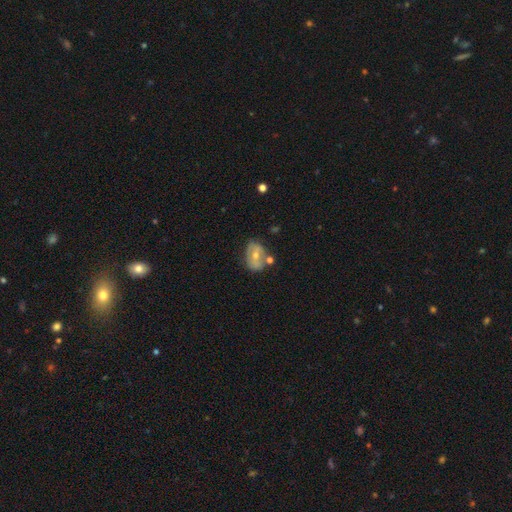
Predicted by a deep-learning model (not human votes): A featured or disk galaxy (47%).

Vote fractions:
- Smooth or featured? featured or disk: 47% / smooth: 44% / star or artifact: 8%
- Merging? none: 53% / minor disturbance: 23% / merger: 16% / major disturbance: 8%